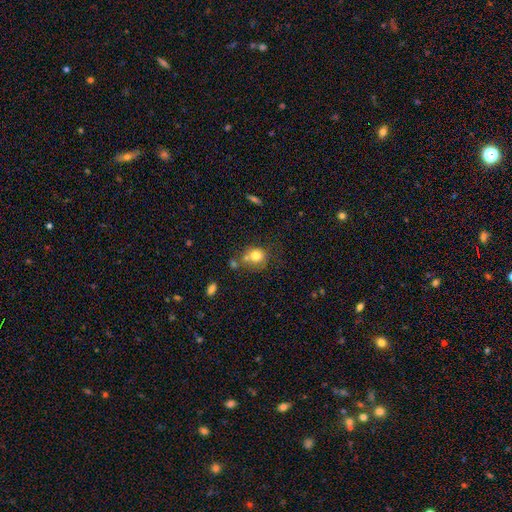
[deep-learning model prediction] The model was most divided on "merging": none: 50%, merger: 26%, minor disturbance: 17%, major disturbance: 7%. More confident: how rounded — round (79%); smooth or featured — smooth (77%).